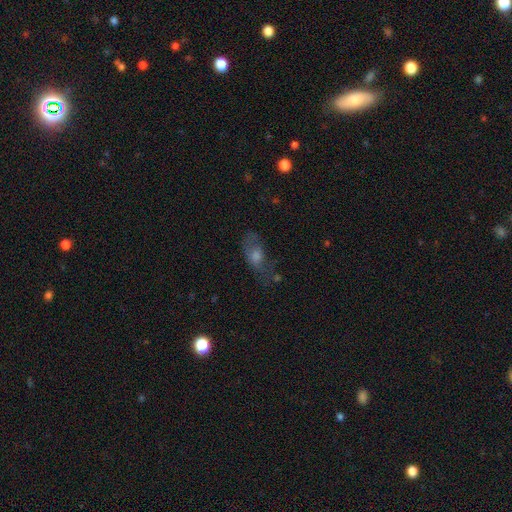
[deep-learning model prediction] This appears to be a smooth galaxy with no disk features (46%). Merging: none (55%).